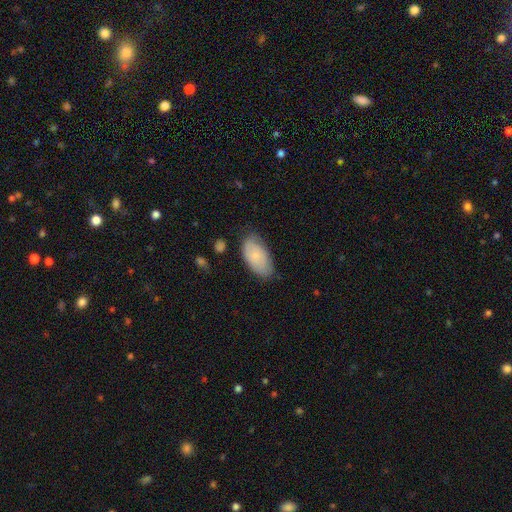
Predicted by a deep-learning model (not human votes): This appears to be a smooth galaxy with no disk features (74%) that is in between round and cigar-shaped (95%). Merging: none (69%).